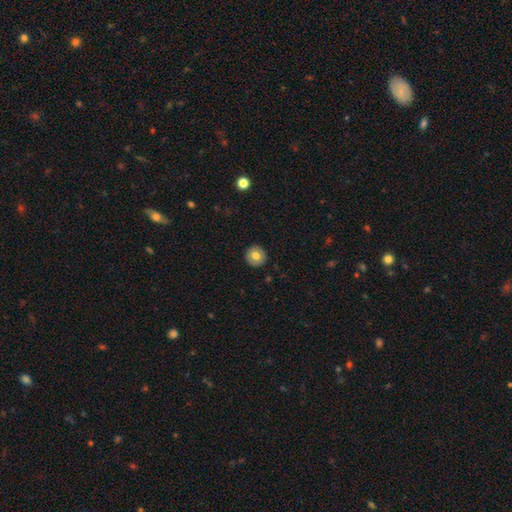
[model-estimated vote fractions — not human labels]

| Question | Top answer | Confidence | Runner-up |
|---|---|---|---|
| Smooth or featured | smooth | 75% | featured or disk (17%) |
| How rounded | round | 94% | in between (6%) |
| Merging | none | 92% | minor disturbance (6%) |